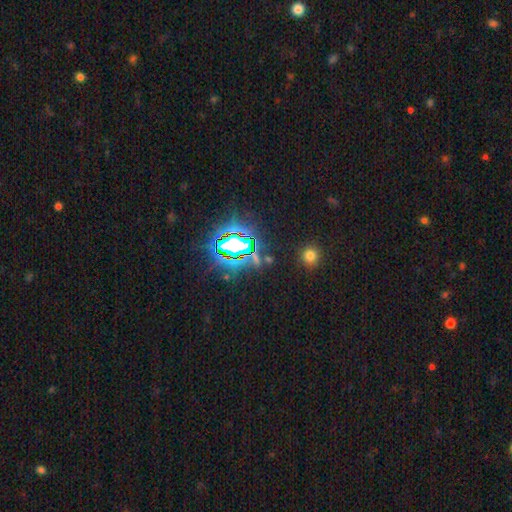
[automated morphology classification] star or artifact 75%, smooth 16%, featured or disk 9%.